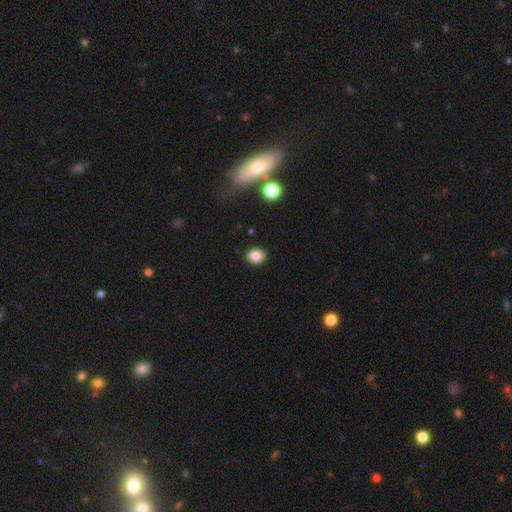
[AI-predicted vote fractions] smooth_or_featured: smooth (p=0.85) [alt: star or artifact p=0.10]
how_rounded: round (p=0.71) [alt: in between p=0.28]
merging: none (p=0.90) [alt: minor disturbance p=0.06]